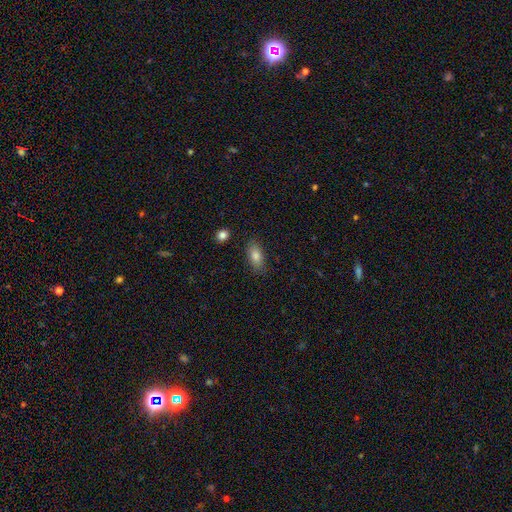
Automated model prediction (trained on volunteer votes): Smooth or featured?
  - smooth: 82% *
  - featured or disk: 10%
  - star or artifact: 9%
How rounded?
  - in between: 87% *
  - cigar-shaped: 9%
  - round: 4%
Merging?
  - none: 85% *
  - minor disturbance: 11%
  - major disturbance: 2%
  - merger: 2%